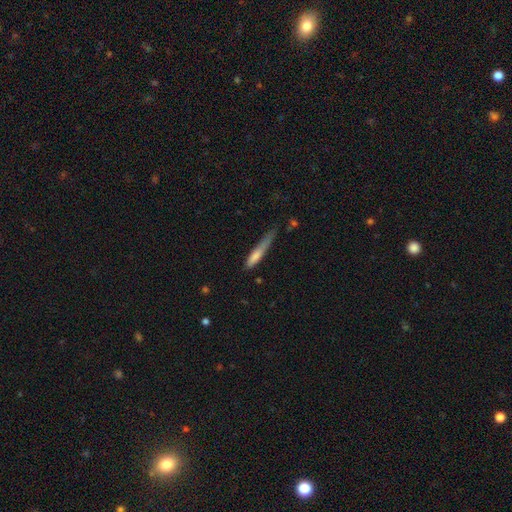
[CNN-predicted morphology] Smooth or featured? smooth (72%)
How rounded? cigar-shaped (87%)
Merging? minor disturbance (39%)